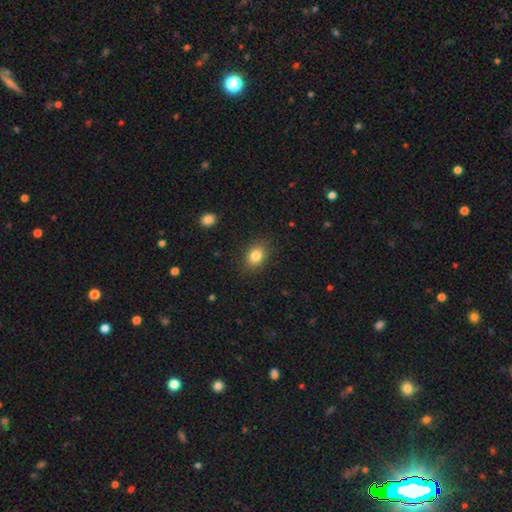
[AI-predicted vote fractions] Q: Smooth or featured?
A: smooth (83%); runner-up: star or artifact (10%)
Q: How rounded?
A: in between (57%); runner-up: round (42%)
Q: Merging?
A: none (86%); runner-up: minor disturbance (10%)